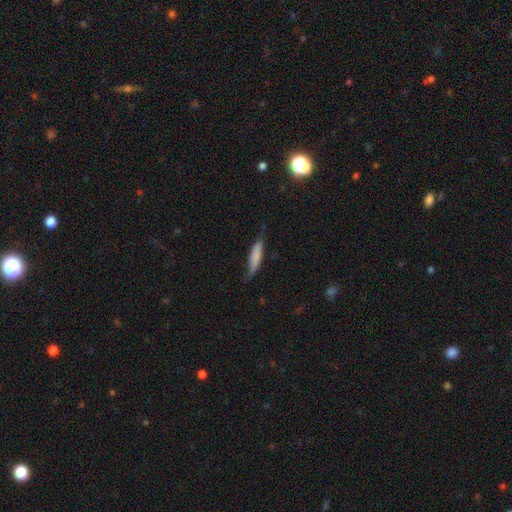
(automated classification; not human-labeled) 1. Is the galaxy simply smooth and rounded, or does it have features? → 69% smooth, 25% featured or disk, 7% star or artifact.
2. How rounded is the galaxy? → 74% cigar-shaped, 24% in between, 2% round.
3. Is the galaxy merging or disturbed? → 56% none, 31% minor disturbance, 10% major disturbance, 2% merger.